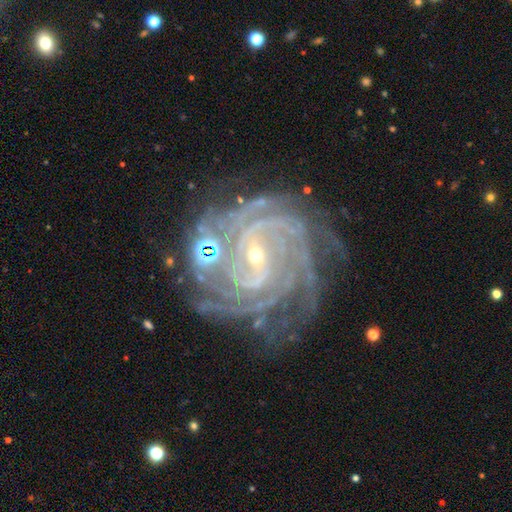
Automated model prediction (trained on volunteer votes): Smooth or featured?
  - featured or disk: 92% *
  - star or artifact: 5%
  - smooth: 3%
Edge-on disk?
  - no: 98% *
  - yes: 2%
Bar?
  - weak: 43% *
  - no: 29%
  - strong: 28%
Spiral arms?
  - yes: 99% *
  - no: 1%
Spiral winding?
  - tight: 78% *
  - medium: 20%
  - loose: 3%
Spiral arm count?
  - 4: 32% *
  - more than 4: 22%
  - can't tell: 15%
  - 3: 14%
  - 2: 10%
  - 1: 7%
Bulge size?
  - small: 80% *
  - moderate: 17%
  - none: 1%
  - large: 1%
  - dominant: 1%
Merging?
  - none: 72% *
  - minor disturbance: 16%
  - major disturbance: 7%
  - merger: 4%